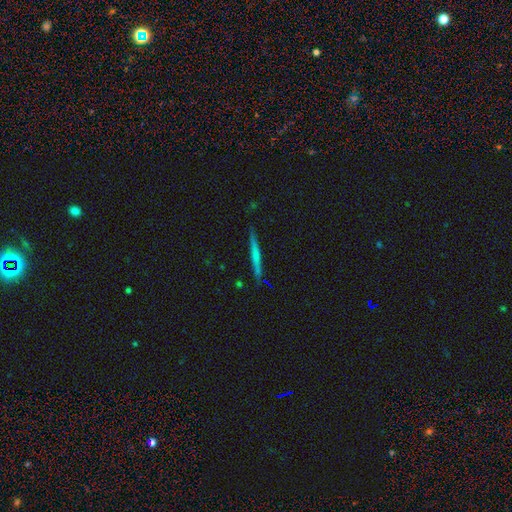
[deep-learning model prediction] Smooth or featured? featured or disk (48%)
Merging? none (89%)